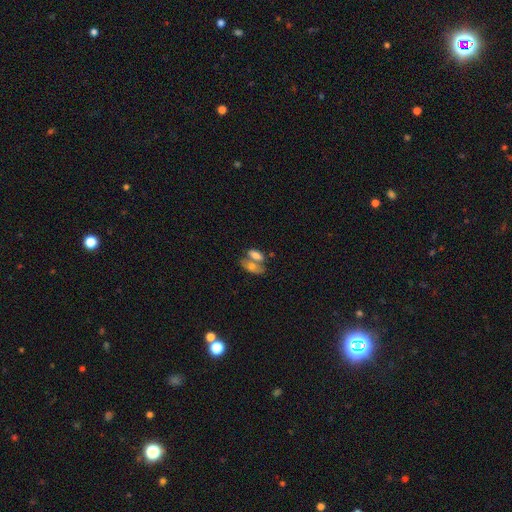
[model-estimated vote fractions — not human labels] Morphology: type=smooth (73%); roundness=in between (85%); merging=merger (57%).